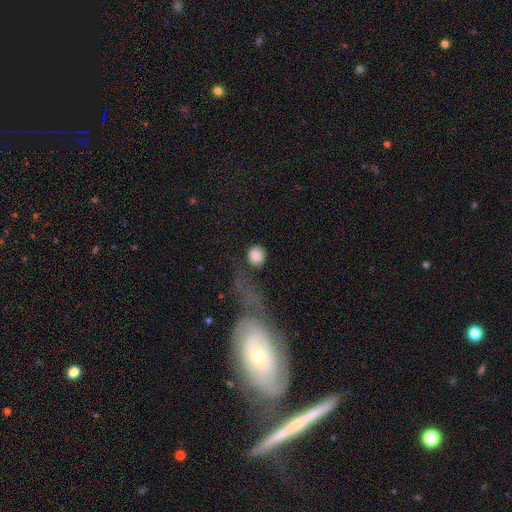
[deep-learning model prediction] A smooth galaxy with no disk features (84%) that is round (82%). Merging: none (64%).